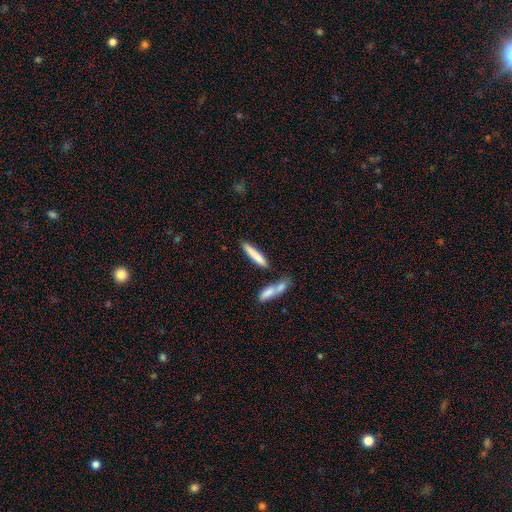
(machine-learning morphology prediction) This appears to be a smooth galaxy with no disk features (76%) that is cigar-shaped (90%). Merging: none (69%).